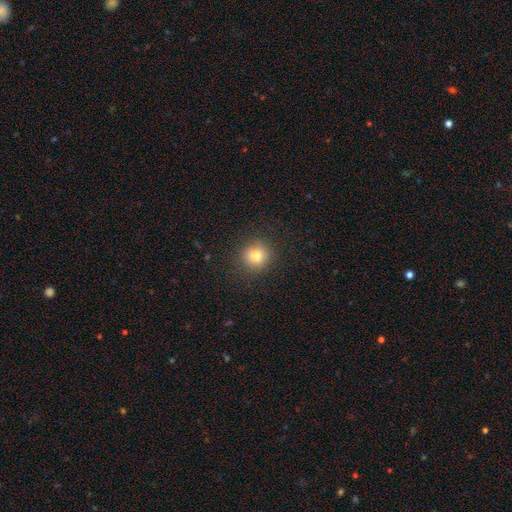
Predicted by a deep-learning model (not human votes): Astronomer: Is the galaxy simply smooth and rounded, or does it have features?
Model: smooth — 77%.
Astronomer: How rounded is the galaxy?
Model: round — 89%.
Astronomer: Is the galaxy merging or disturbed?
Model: none — 89%.